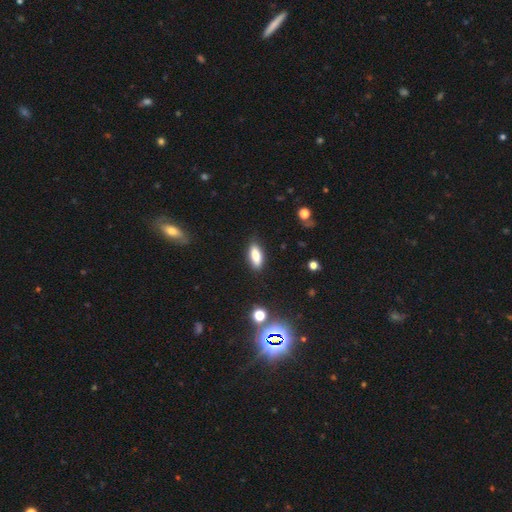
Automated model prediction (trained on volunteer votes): smooth-or-featured: smooth: 82% | featured or disk: 9% | star or artifact: 8%
  how-rounded: in between: 78% | cigar-shaped: 19% | round: 3%
  merging: none: 85% | minor disturbance: 11% | major disturbance: 3% | merger: 2%